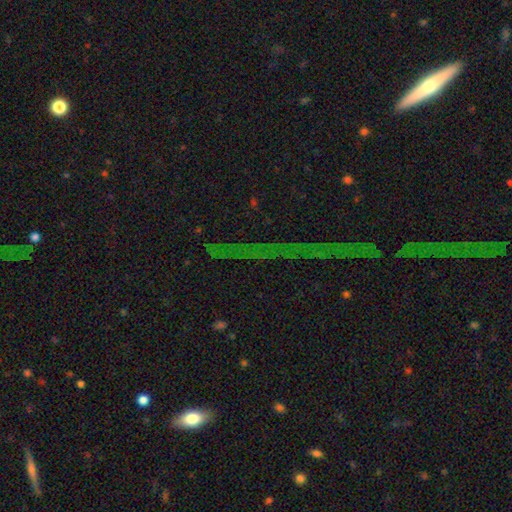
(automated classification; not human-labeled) This appears to be a star or artifact, not a galaxy (72%).